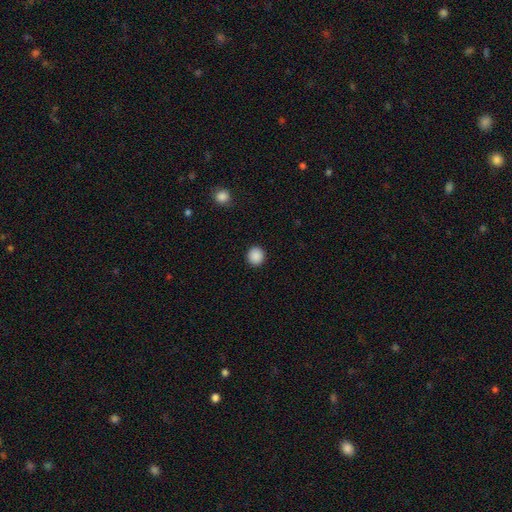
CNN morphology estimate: The model was most divided on "smooth or featured": smooth: 89%, star or artifact: 9%, featured or disk: 2%. More confident: merging — none (93%); how rounded — round (92%).